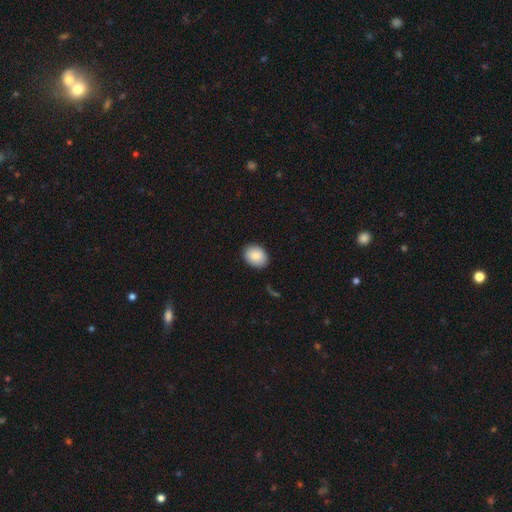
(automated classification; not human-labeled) smooth 85%, featured or disk 7%, star or artifact 7%. Down the decision tree: how rounded — in between (64%); merging — none (87%).